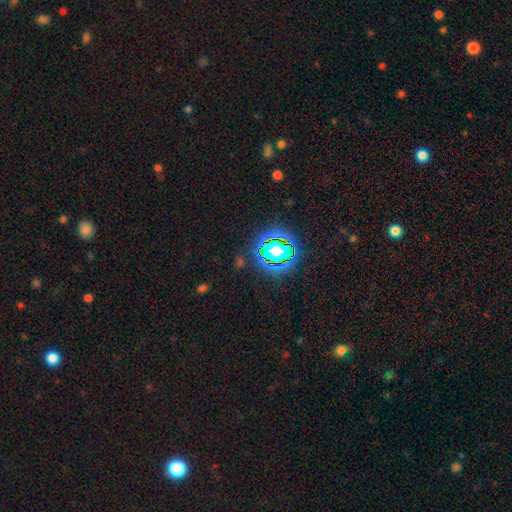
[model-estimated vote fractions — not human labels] Smooth or featured? star or artifact (81%)